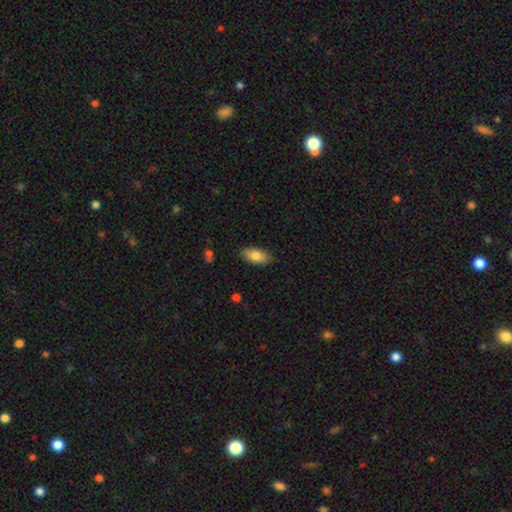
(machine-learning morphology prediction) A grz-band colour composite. It shows a smooth galaxy with no disk features (81%) that is in between round and cigar-shaped (88%). Merging: none (87%).